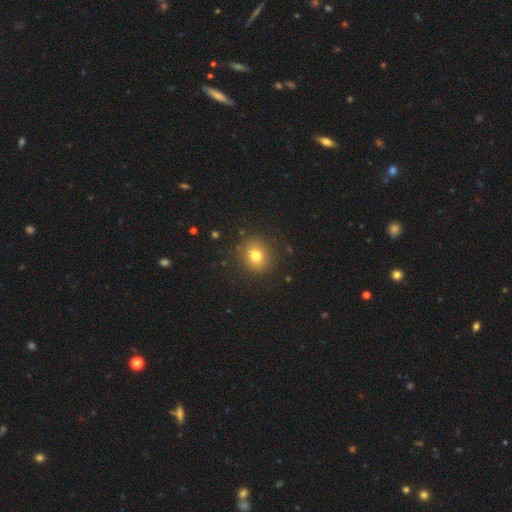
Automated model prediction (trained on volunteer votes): This appears to be a smooth galaxy with no disk features (77%) that is round (79%). Merging: none (88%).